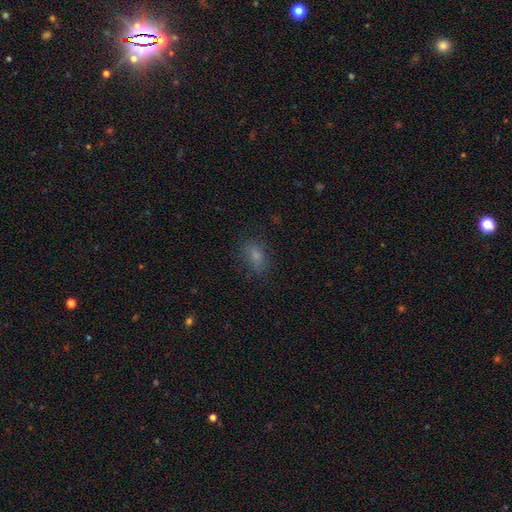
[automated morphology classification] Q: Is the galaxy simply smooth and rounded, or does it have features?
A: smooth — 77%.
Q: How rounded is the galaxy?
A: in between — 81%.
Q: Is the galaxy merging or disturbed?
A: none — 77%.